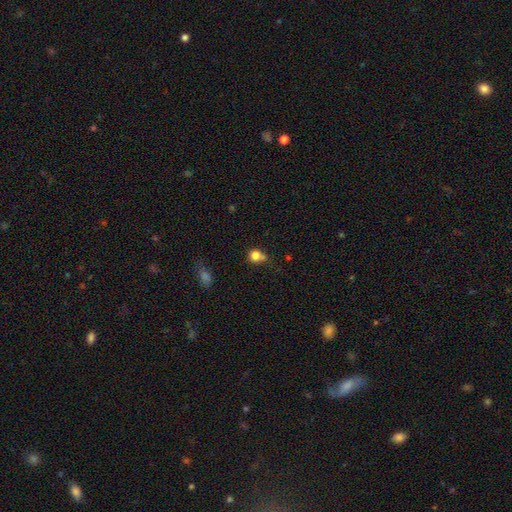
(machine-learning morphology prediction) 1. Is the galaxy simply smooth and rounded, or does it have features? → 80% smooth, 12% star or artifact, 8% featured or disk.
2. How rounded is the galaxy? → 77% round, 22% in between, 1% cigar-shaped.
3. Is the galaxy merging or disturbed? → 49% none, 26% minor disturbance, 15% merger, 10% major disturbance.